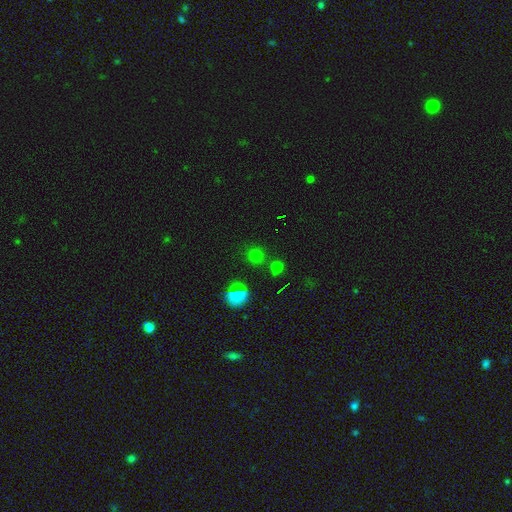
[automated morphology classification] Smooth or featured: smooth — 64% (star or artifact — 31%)
How rounded: round — 92% (in between — 7%)
Merging: none — 85% (minor disturbance — 7%)